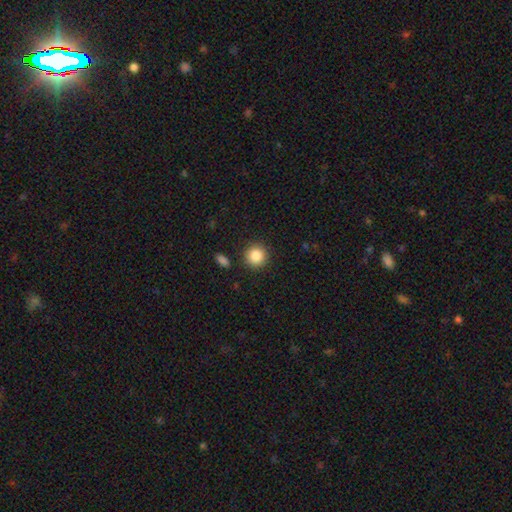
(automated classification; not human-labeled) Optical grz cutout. It shows a smooth galaxy with no disk features (86%) that is round (93%). Merging: none (89%).